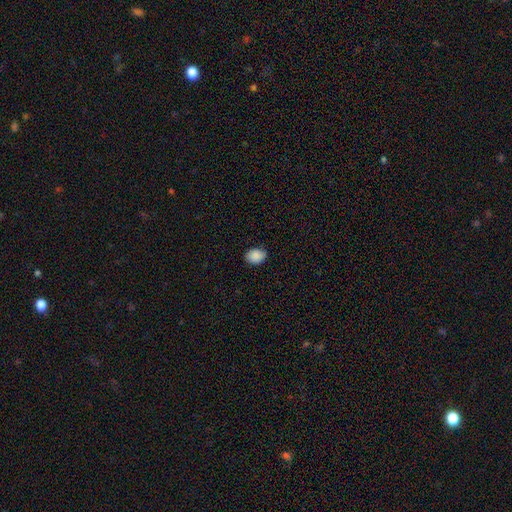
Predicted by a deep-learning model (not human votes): Smooth or featured? Predicted: smooth (p=0.89). How rounded? Predicted: in between (p=0.55). Merging? Predicted: none (p=0.84).